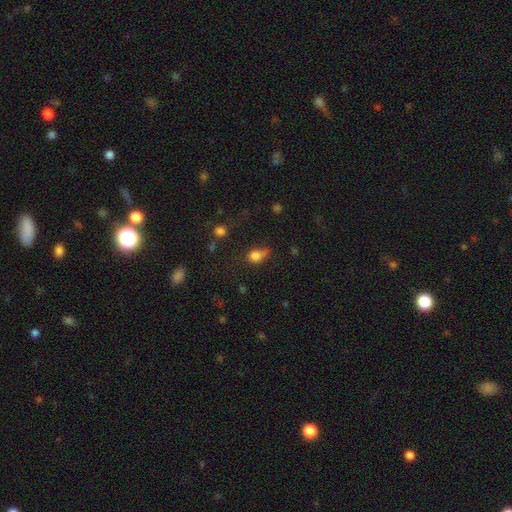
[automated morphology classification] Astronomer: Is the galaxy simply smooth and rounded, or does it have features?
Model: smooth — 77%.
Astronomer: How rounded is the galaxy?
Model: round — 56% (runner-up: in between, 41%).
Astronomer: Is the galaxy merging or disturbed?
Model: none — 38% (runner-up: minor disturbance, 30%).